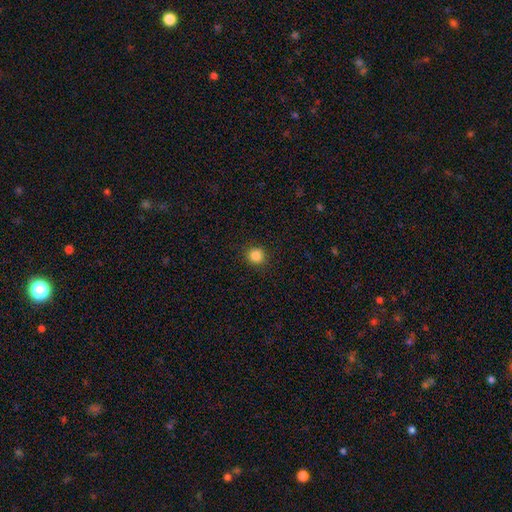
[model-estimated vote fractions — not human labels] This appears to be a smooth galaxy with no disk features (84%) that is round (91%). Merging: none (90%).